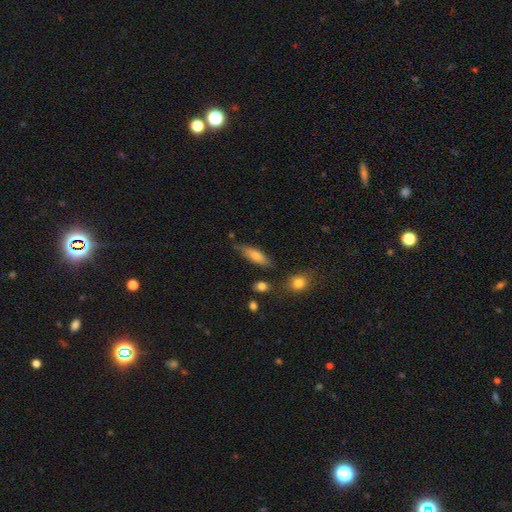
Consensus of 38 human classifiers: A smooth galaxy with no disk features (79%) that is in between round and cigar-shaped (50%).

Vote fractions:
- Smooth or featured? smooth: 79% / featured or disk: 16% / star or artifact: 5%
- How rounded? in between: 50% / cigar-shaped: 47% / round: 3%
- Merging? none: 75% / minor disturbance: 19% / merger: 6% / major disturbance: 0%